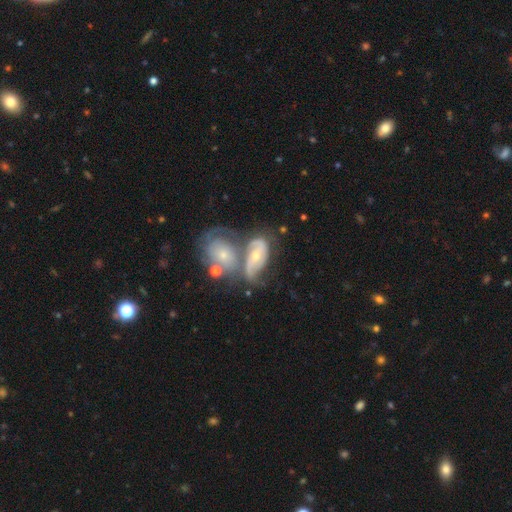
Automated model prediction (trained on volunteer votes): smooth_or_featured: featured or disk (p=0.73) [alt: smooth p=0.21]
disk_edge_on: no (p=0.94) [alt: yes p=0.06]
bar: no (p=0.64) [alt: weak p=0.24]
has_spiral_arms: yes (p=0.83) [alt: no p=0.17]
spiral_winding: medium (p=0.39) [alt: tight p=0.35]
spiral_arm_count: 2 (p=0.62) [alt: can't tell p=0.21]
bulge_size: small (p=0.49) [alt: moderate p=0.46]
merging: merger (p=0.53) [alt: none p=0.23]